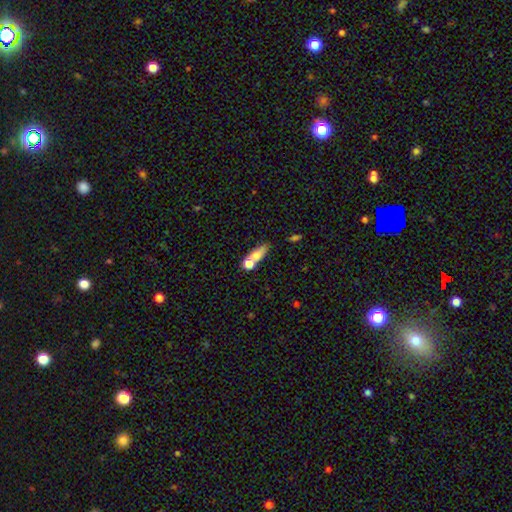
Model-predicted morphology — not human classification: smooth-or-featured: smooth: 71% | featured or disk: 19% | star or artifact: 11%
  how-rounded: in between: 56% | cigar-shaped: 32% | round: 12%
  merging: none: 49% | merger: 32% | minor disturbance: 13% | major disturbance: 6%